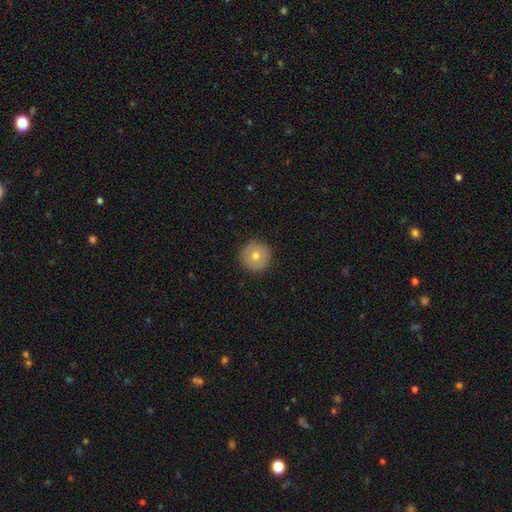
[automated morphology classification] Smooth or featured? Predicted: smooth (p=0.70). How rounded? Predicted: round (p=0.97). Merging? Predicted: none (p=0.92).